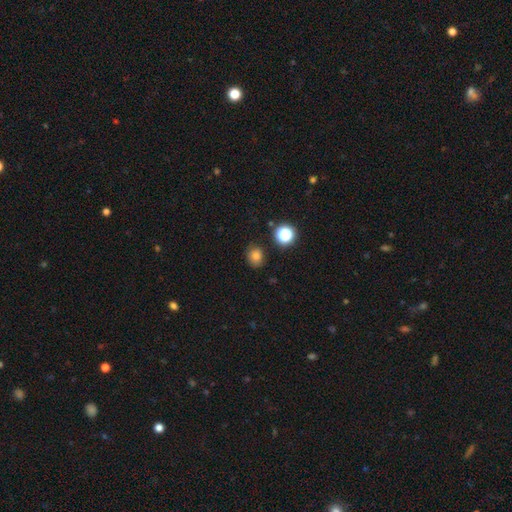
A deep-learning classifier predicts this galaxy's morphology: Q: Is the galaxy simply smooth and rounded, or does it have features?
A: smooth — 77%.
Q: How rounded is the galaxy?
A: round — 67%.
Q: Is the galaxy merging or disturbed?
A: none — 82%.